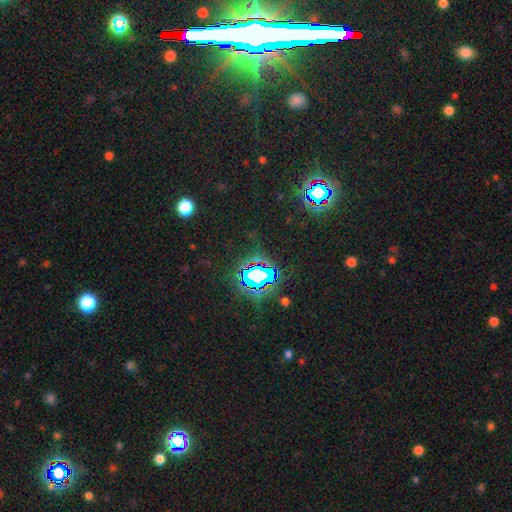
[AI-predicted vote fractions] Smooth or featured?
  - star or artifact: 80% *
  - smooth: 13%
  - featured or disk: 8%